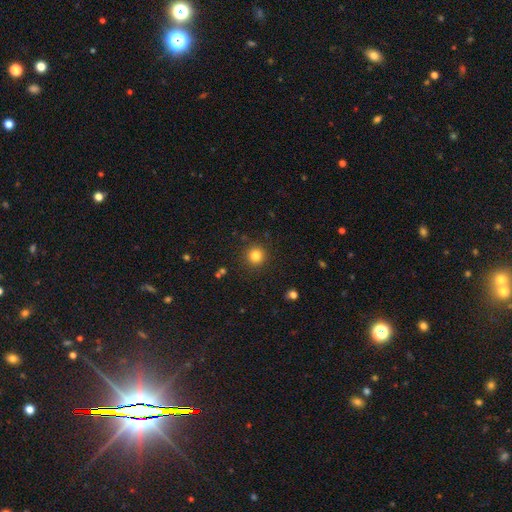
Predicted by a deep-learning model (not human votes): Q: Smooth or featured?
A: smooth (81%); runner-up: star or artifact (13%)
Q: How rounded?
A: round (95%); runner-up: in between (4%)
Q: Merging?
A: none (90%); runner-up: minor disturbance (6%)